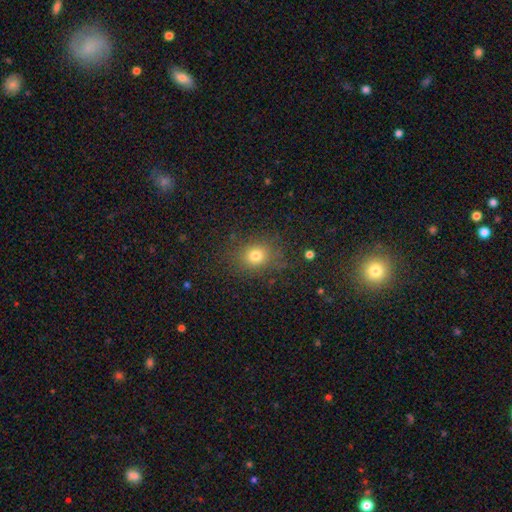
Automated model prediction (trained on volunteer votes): Morphology: type=smooth (76%); roundness=round (66%); merging=none (81%).